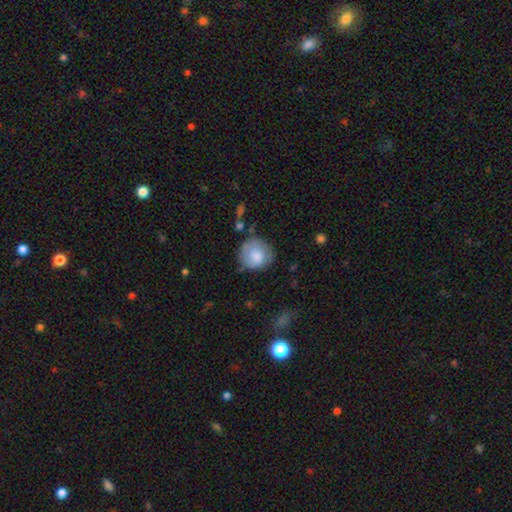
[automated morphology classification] This appears to be a smooth galaxy with no disk features (78%) that is round (89%). Merging: none (68%).